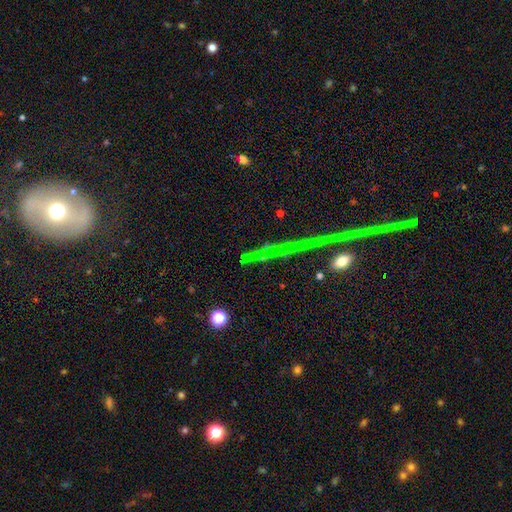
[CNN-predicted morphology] Smooth or featured? Predicted: star or artifact (p=0.73).